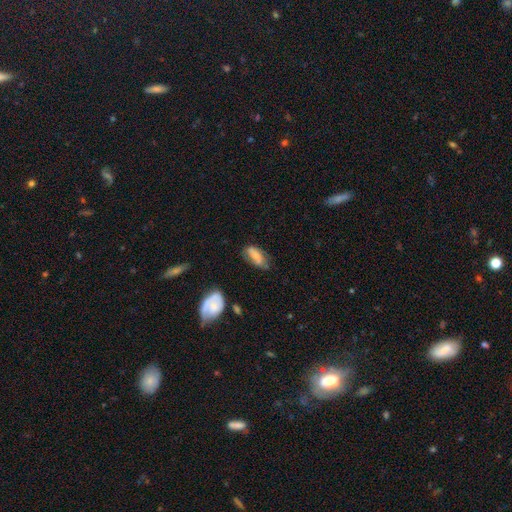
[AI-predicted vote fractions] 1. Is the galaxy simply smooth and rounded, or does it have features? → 67% smooth, 25% featured or disk, 8% star or artifact.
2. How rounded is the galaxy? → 86% in between, 11% cigar-shaped, 3% round.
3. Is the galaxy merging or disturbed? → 51% none, 34% minor disturbance, 12% major disturbance, 4% merger.